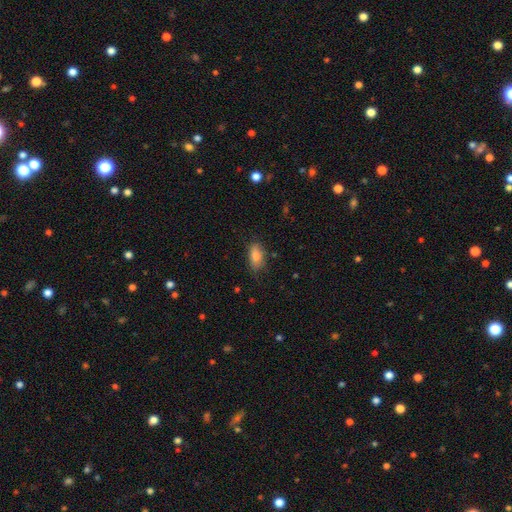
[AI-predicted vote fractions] Smooth or featured?
  - smooth: 83% *
  - star or artifact: 8%
  - featured or disk: 8%
How rounded?
  - in between: 88% *
  - cigar-shaped: 7%
  - round: 5%
Merging?
  - none: 74% *
  - minor disturbance: 20%
  - major disturbance: 5%
  - merger: 2%